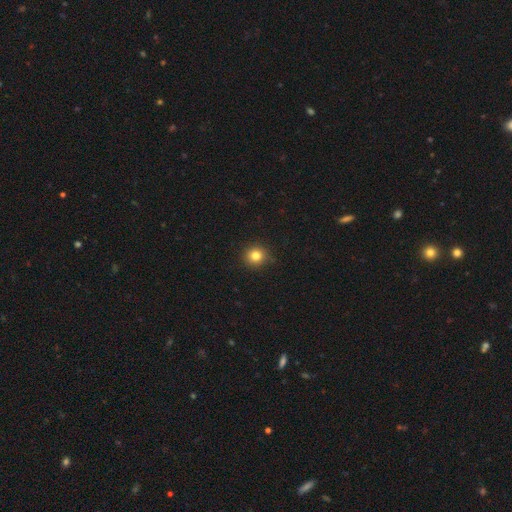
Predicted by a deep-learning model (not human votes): smooth-or-featured: smooth: 82% | star or artifact: 12% | featured or disk: 6%
  how-rounded: round: 93% | in between: 6% | cigar-shaped: 1%
  merging: none: 89% | minor disturbance: 8% | major disturbance: 2% | merger: 1%